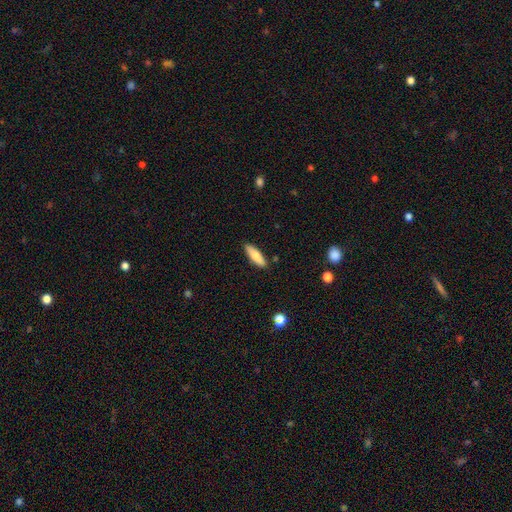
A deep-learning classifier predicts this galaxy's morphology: This is likely a smooth galaxy (74%). How rounded: possibly cigar-shaped (56%). Merging: clearly none (88%).